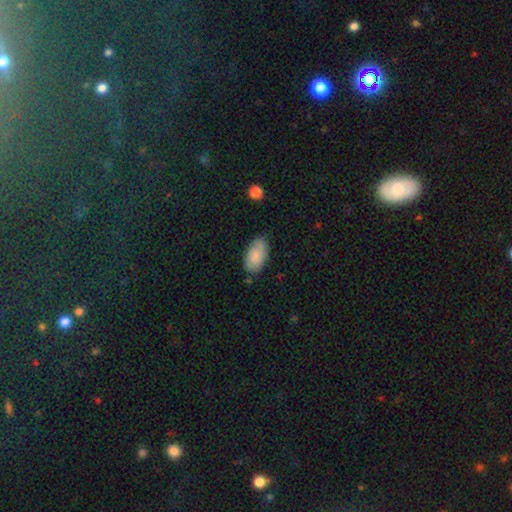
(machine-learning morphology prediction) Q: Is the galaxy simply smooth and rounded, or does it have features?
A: smooth — 82%.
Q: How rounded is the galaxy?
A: in between — 95%.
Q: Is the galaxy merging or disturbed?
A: none — 78%.